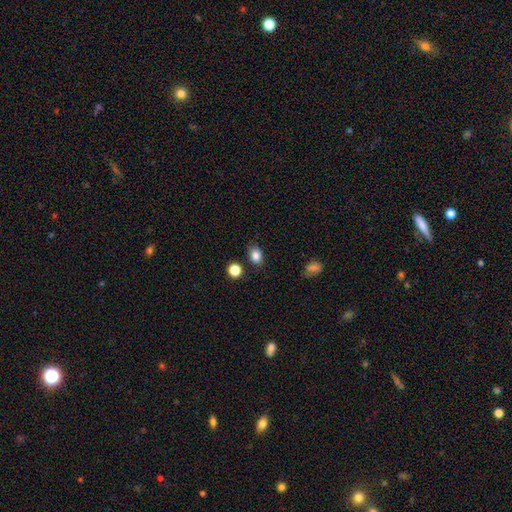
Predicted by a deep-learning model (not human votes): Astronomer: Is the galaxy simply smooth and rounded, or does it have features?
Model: smooth — 83%.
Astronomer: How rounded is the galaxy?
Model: in between — 64%.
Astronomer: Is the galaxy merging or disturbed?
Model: none — 79%.